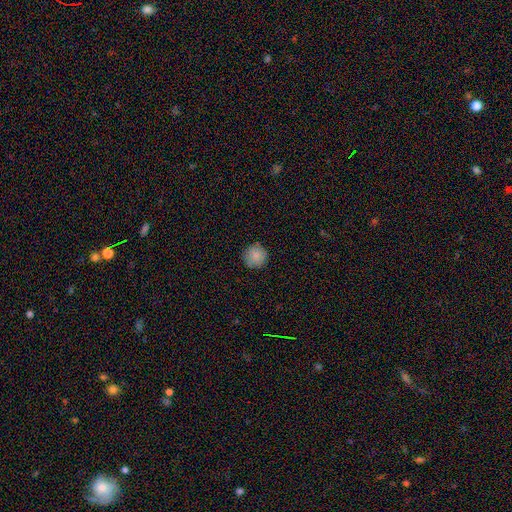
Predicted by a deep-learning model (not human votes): Smooth or featured? smooth (86%)
How rounded? round (95%)
Merging? none (89%)